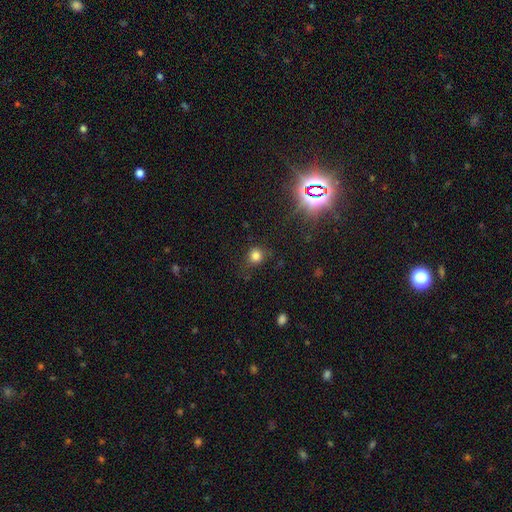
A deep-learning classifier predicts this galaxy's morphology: Overall: smooth (78%). How rounded: round (86%). Merging: none (78%).